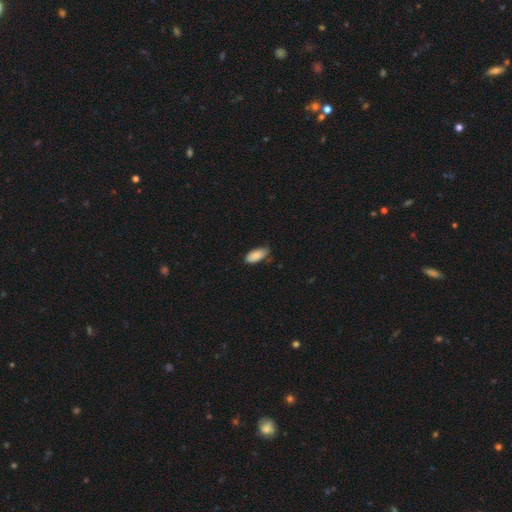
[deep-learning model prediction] Morphology: type=smooth (87%); roundness=in between (91%); merging=none (69%).